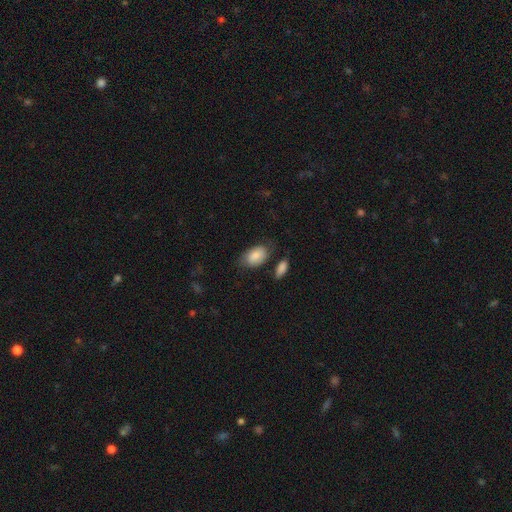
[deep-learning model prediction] smooth-or-featured: smooth: 85% | featured or disk: 10% | star or artifact: 6%
  how-rounded: in between: 93% | round: 6% | cigar-shaped: 2%
  merging: none: 65% | minor disturbance: 21% | major disturbance: 7% | merger: 7%